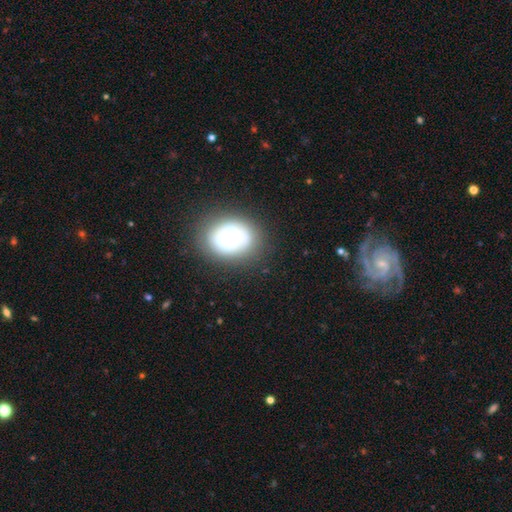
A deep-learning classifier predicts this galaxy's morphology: Smooth or featured? Predicted: featured or disk (p=0.47). Merging? Predicted: none (p=0.79).